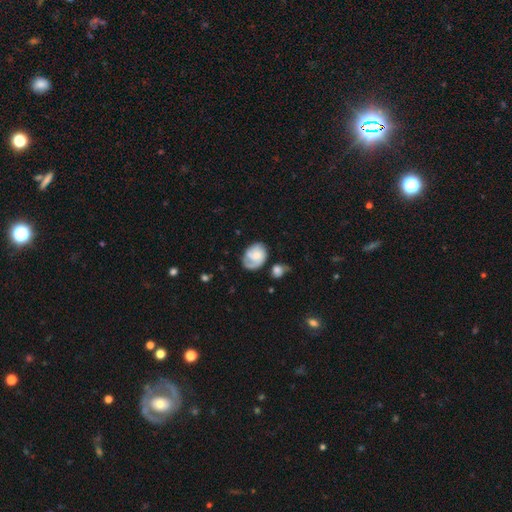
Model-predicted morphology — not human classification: Overall: featured or disk (51%; smooth 41%). Edge-on disk: no (97%). Merging: none (49%; minor disturbance 27%).